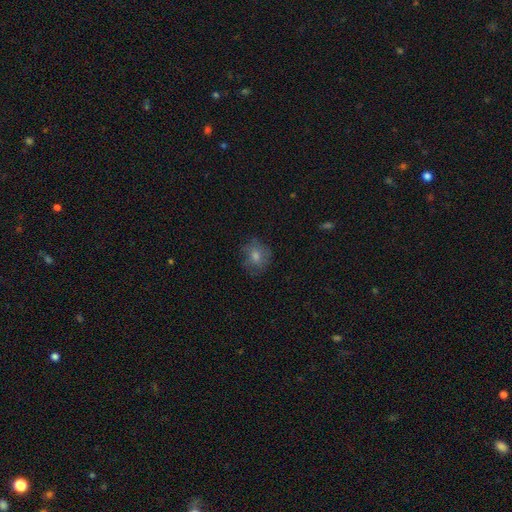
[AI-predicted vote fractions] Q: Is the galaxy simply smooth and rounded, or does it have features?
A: smooth — 65%.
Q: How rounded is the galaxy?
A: round — 81%.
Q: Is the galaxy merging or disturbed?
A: none — 76%.